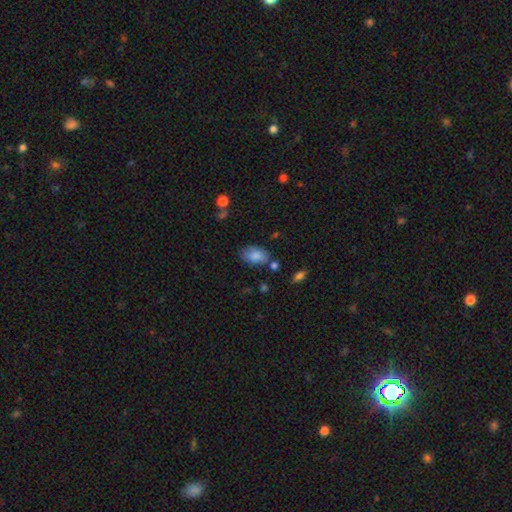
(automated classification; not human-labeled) Overall: smooth (84%). How rounded: in between (91%). Merging: none (71%).